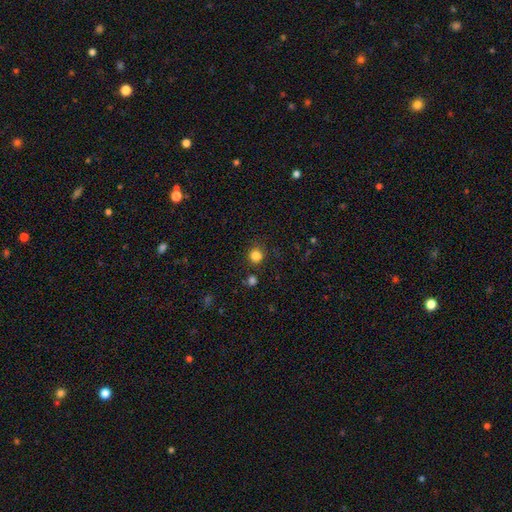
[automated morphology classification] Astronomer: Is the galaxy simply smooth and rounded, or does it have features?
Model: smooth — 82%.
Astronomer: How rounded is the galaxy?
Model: round — 86%.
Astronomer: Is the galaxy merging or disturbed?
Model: none — 79%.